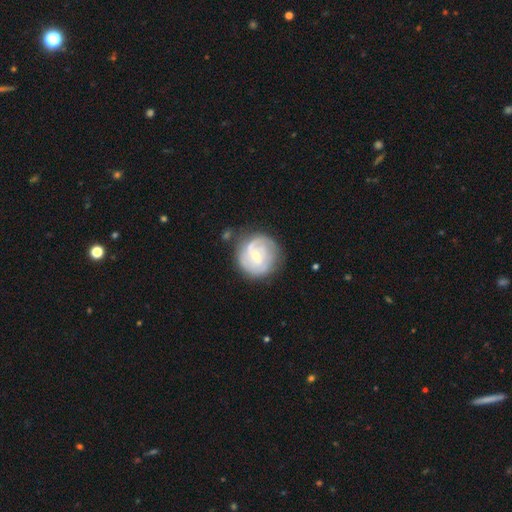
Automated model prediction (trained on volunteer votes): Smooth or featured?
  - featured or disk: 73% *
  - smooth: 22%
  - star or artifact: 5%
Edge-on disk?
  - no: 98% *
  - yes: 2%
Bar?
  - no: 46% *
  - weak: 45%
  - strong: 9%
Spiral arms?
  - yes: 88% *
  - no: 12%
Spiral winding?
  - tight: 52% *
  - medium: 34%
  - loose: 13%
Spiral arm count?
  - 2: 39% *
  - can't tell: 31%
  - 3: 16%
  - 1: 6%
  - 4: 4%
  - more than 4: 3%
Bulge size?
  - small: 59% *
  - moderate: 37%
  - large: 2%
  - none: 2%
  - dominant: 1%
Merging?
  - none: 69% *
  - minor disturbance: 19%
  - major disturbance: 9%
  - merger: 3%